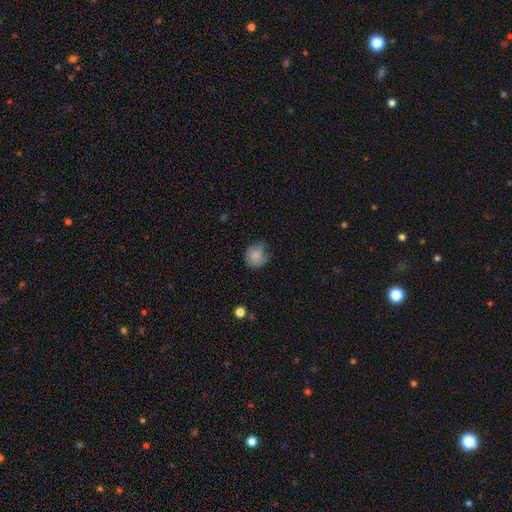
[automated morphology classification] smooth 78%, featured or disk 13%, star or artifact 9%. Down the decision tree: how rounded — round (76%); merging — none (54%).